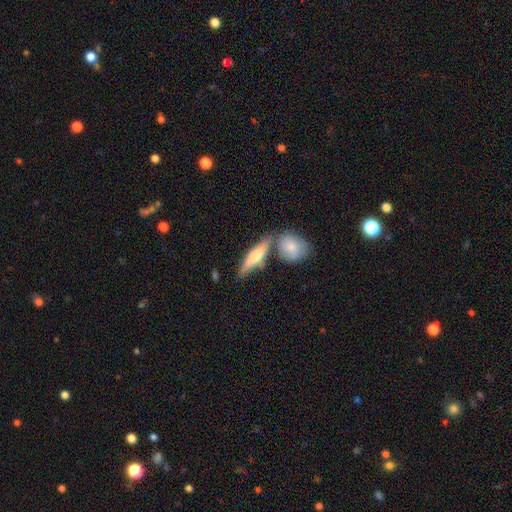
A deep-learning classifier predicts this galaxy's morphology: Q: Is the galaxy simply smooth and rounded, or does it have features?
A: smooth — 51%.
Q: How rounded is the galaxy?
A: cigar-shaped — 65%.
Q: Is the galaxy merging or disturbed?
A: none — 61%.